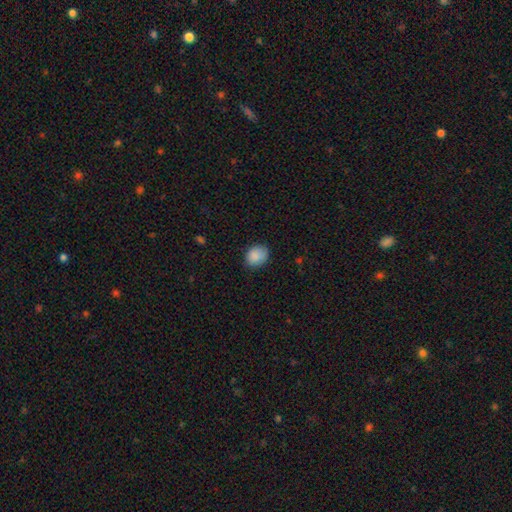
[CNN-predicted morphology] Smooth or featured: smooth — 88% (star or artifact — 8%)
How rounded: in between — 52% (round — 47%)
Merging: none — 79% (minor disturbance — 17%)